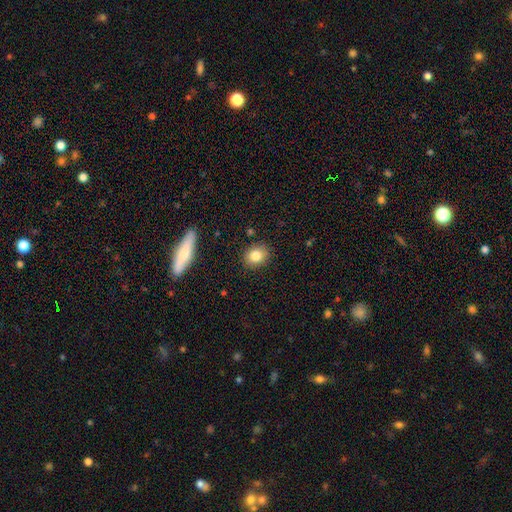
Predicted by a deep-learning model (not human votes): This appears to be a smooth galaxy with no disk features (82%) that is round (58%). Merging: none (88%).